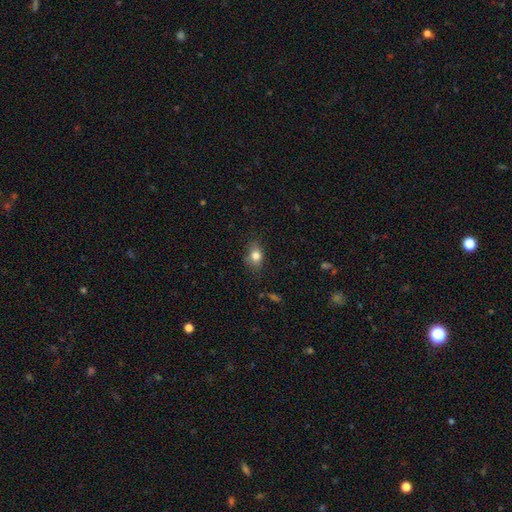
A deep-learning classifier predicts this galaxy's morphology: Smooth or featured?
  - smooth: 80% *
  - featured or disk: 10%
  - star or artifact: 10%
How rounded?
  - in between: 69% *
  - round: 29%
  - cigar-shaped: 2%
Merging?
  - none: 74% *
  - minor disturbance: 20%
  - major disturbance: 5%
  - merger: 2%